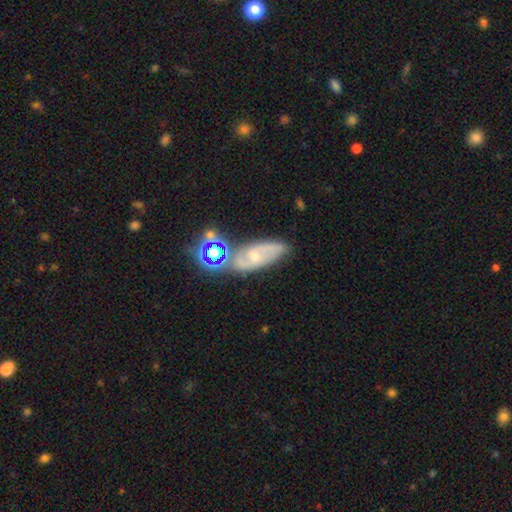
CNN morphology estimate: The model was most divided on "bar": no: 57%, weak: 33%, strong: 10%. More confident: edge-on disk — no (91%); spiral arms — yes (86%); bulge size — small (63%); merging — none (60%); smooth or featured — featured or disk (58%).